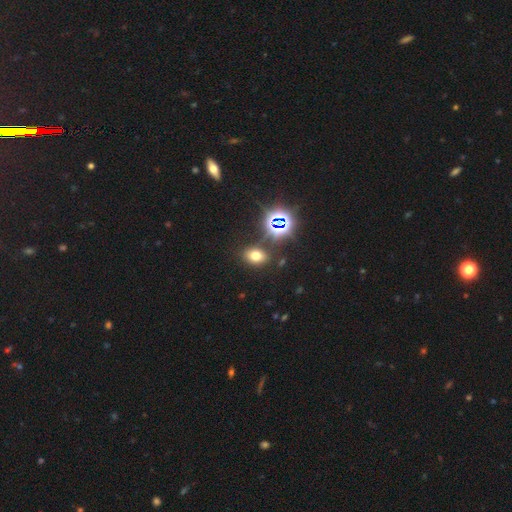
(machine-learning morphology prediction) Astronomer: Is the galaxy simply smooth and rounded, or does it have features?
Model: smooth — 61%.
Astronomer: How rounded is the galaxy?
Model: in between — 68%.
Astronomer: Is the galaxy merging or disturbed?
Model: none — 79%.